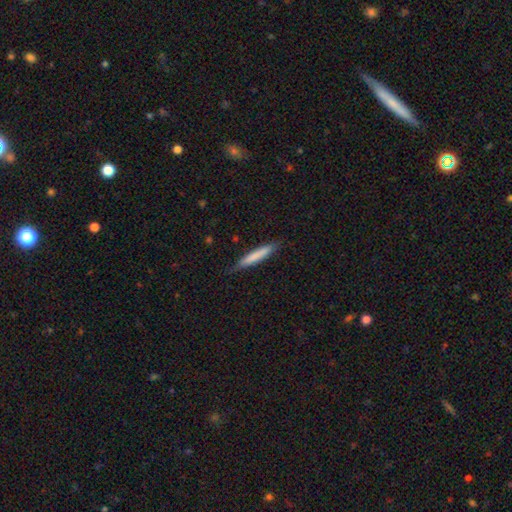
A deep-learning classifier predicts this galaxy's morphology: A smooth galaxy with no disk features (74%) that is cigar-shaped (94%). Merging: none (82%).